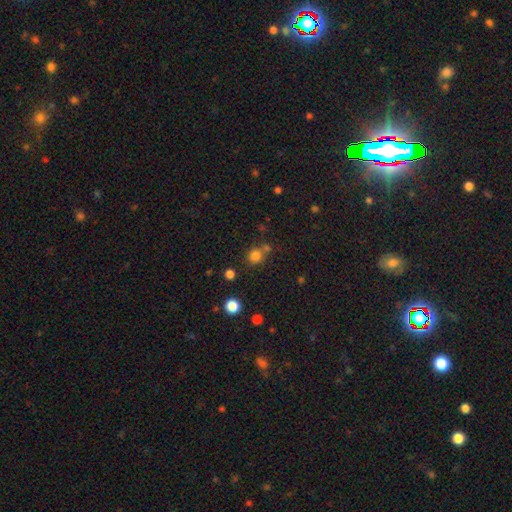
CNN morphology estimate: smooth-or-featured: smooth: 78% | star or artifact: 16% | featured or disk: 6%
  how-rounded: round: 87% | in between: 12% | cigar-shaped: 1%
  merging: none: 64% | merger: 23% | minor disturbance: 10% | major disturbance: 4%